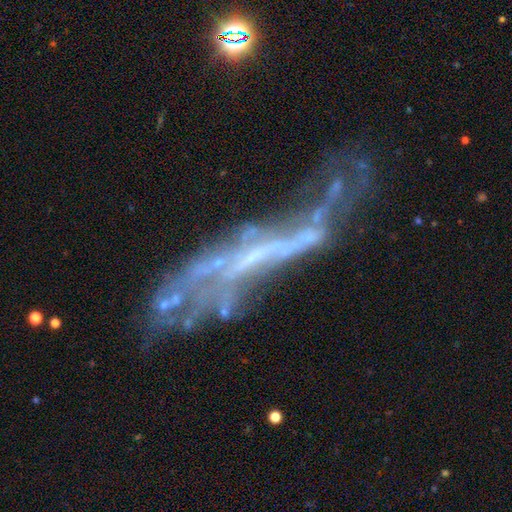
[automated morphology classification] A featured or disk galaxy (73%).

Vote fractions:
- Smooth or featured? featured or disk: 73% / star or artifact: 15% / smooth: 13%
- Edge-on disk? no: 67% / yes: 33%
- Merging? major disturbance: 36% / none: 31% / minor disturbance: 19% / merger: 14%